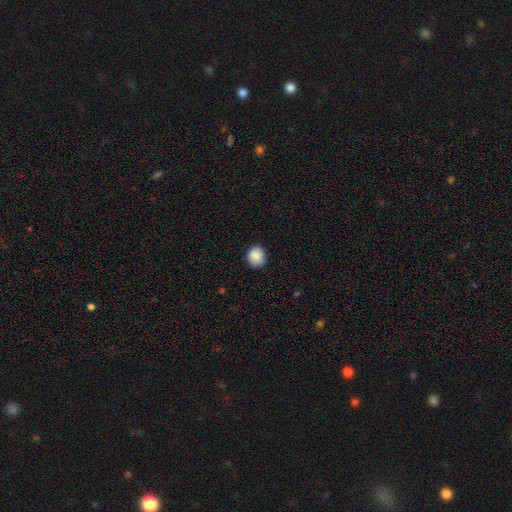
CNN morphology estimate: smooth_or_featured: smooth (p=0.89) [alt: star or artifact p=0.08]
how_rounded: round (p=0.74) [alt: in between p=0.25]
merging: none (p=0.89) [alt: minor disturbance p=0.09]